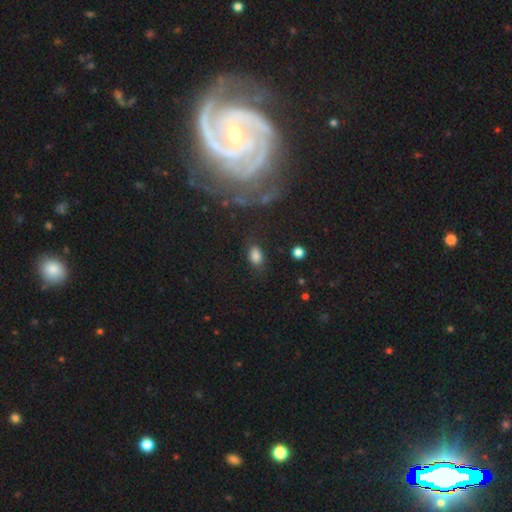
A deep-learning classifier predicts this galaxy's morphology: A smooth galaxy with no disk features (81%) that is in between round and cigar-shaped (85%).

Vote fractions:
- Smooth or featured? smooth: 81% / star or artifact: 11% / featured or disk: 8%
- How rounded? in between: 85% / round: 13% / cigar-shaped: 2%
- Merging? none: 72% / minor disturbance: 18% / major disturbance: 7% / merger: 3%